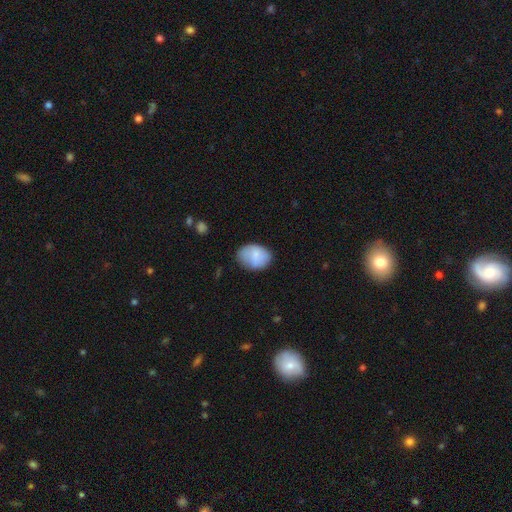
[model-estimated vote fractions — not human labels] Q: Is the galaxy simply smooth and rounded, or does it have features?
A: smooth — 81%.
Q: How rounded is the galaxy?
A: in between — 71%.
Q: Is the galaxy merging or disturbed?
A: none — 67%.